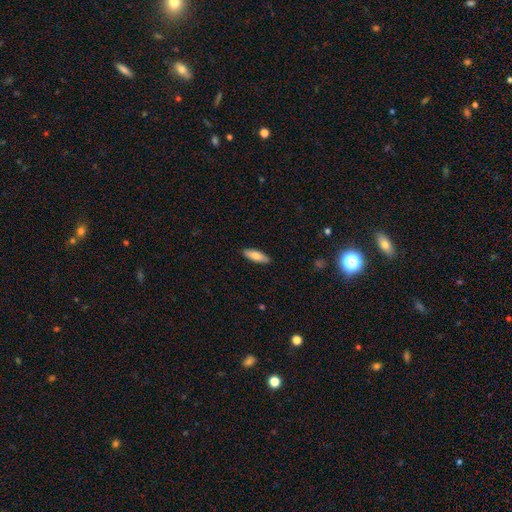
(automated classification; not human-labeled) A smooth galaxy with no disk features (78%) that is in between round and cigar-shaped (58%). Merging: none (88%).